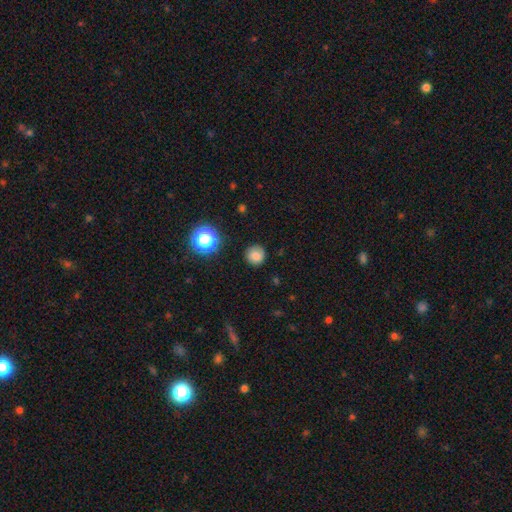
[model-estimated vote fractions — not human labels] Smooth or featured? Predicted: smooth (p=0.80). How rounded? Predicted: round (p=0.92). Merging? Predicted: none (p=0.85).